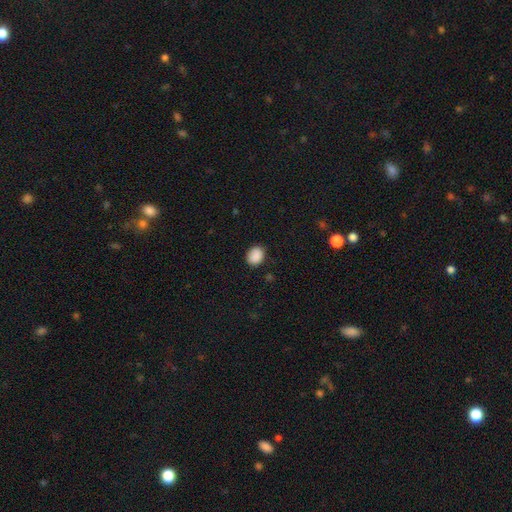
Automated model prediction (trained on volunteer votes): Overall: smooth (89%). How rounded: round (58%; in between 41%). Merging: none (84%).